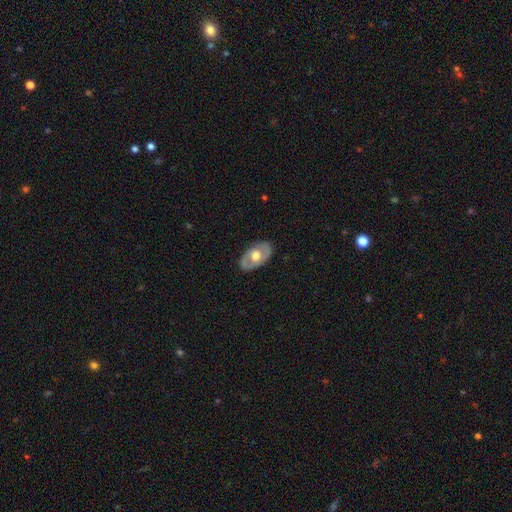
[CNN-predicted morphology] smooth-or-featured: featured or disk: 58% | smooth: 37% | star or artifact: 5%
  disk-edge-on: no: 89% | yes: 11%
    bar: no: 81% | weak: 15% | strong: 4%
    has-spiral-arms: no: 72% | yes: 28%
    bulge-size: moderate: 58% | large: 36% | small: 4% | dominant: 1% | none: 1%
  merging: none: 82% | minor disturbance: 13% | major disturbance: 3% | merger: 1%